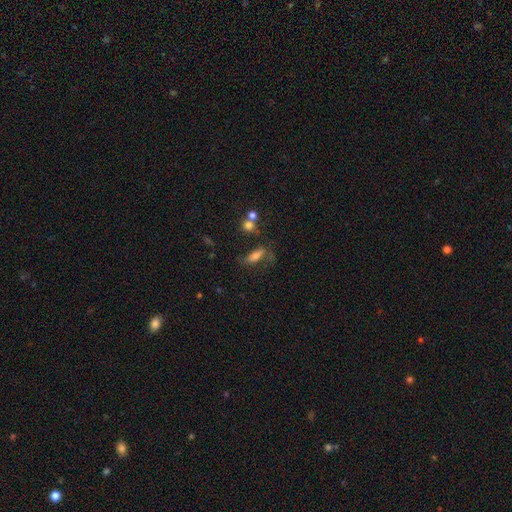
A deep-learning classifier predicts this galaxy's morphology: This appears to be a smooth galaxy with no disk features (64%) that is in between round and cigar-shaped (67%). Merging: none (48%).